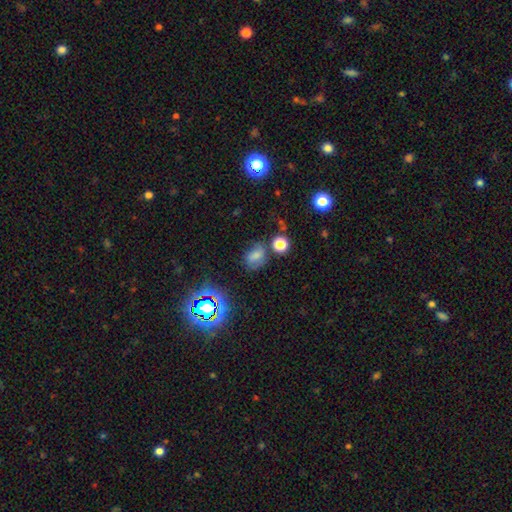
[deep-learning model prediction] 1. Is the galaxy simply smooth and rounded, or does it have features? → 64% smooth, 23% star or artifact, 13% featured or disk.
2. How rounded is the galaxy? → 61% in between, 37% round, 2% cigar-shaped.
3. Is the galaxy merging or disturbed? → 59% none, 22% minor disturbance, 10% major disturbance, 9% merger.